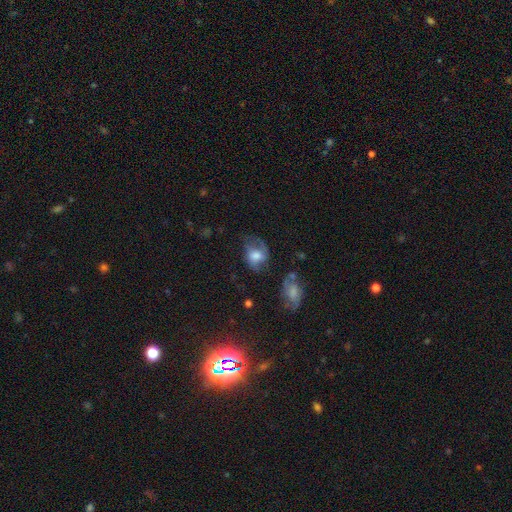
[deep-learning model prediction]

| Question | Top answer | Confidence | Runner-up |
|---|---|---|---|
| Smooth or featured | smooth | 50% | featured or disk (41%) |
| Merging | none | 42% | minor disturbance (28%) |